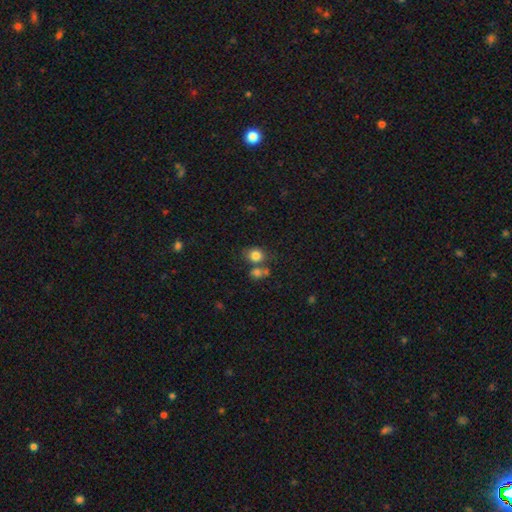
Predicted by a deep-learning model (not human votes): smooth 81%, star or artifact 11%, featured or disk 8%. Down the decision tree: how rounded — round (65%); merging — none (55%).